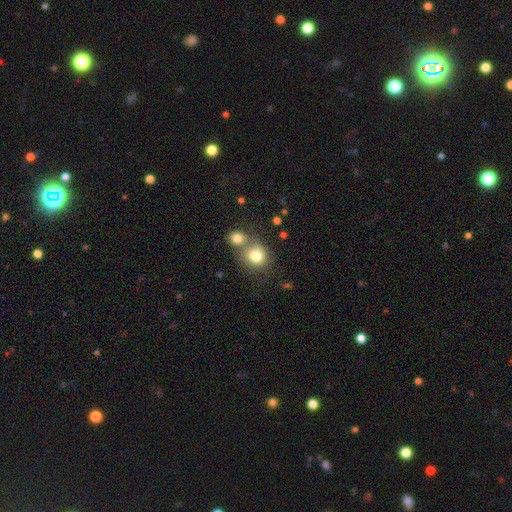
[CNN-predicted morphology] A smooth galaxy with no disk features (80%) that is round (78%).

Vote fractions:
- Smooth or featured? smooth: 80% / star or artifact: 10% / featured or disk: 10%
- How rounded? round: 78% / in between: 21% / cigar-shaped: 1%
- Merging? none: 47% / merger: 39% / minor disturbance: 10% / major disturbance: 4%